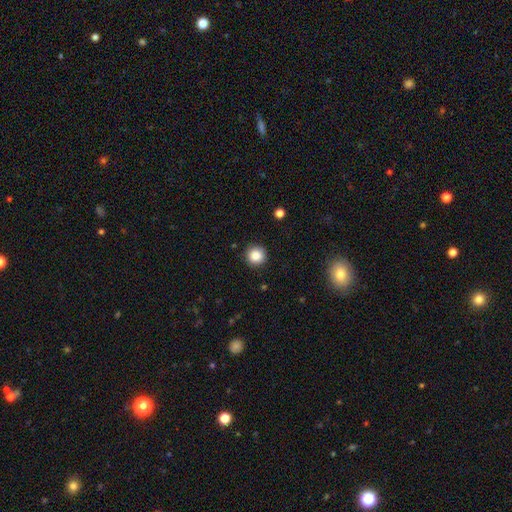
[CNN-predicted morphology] This appears to be a smooth galaxy with no disk features (86%) that is round (94%). Merging: none (90%).